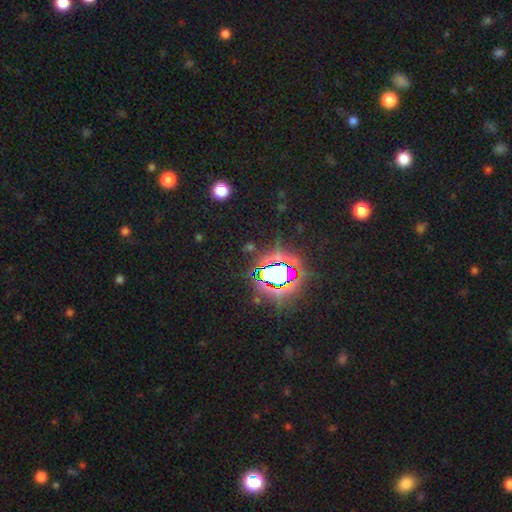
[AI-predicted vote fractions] Smooth or featured? star or artifact (78%)